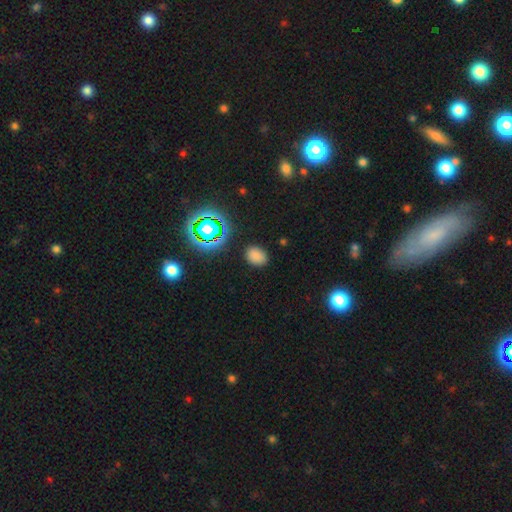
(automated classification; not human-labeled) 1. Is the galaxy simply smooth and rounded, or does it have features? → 76% smooth, 19% star or artifact, 5% featured or disk.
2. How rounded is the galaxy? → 68% in between, 31% round, 1% cigar-shaped.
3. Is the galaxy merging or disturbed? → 85% none, 10% minor disturbance, 3% major disturbance, 2% merger.